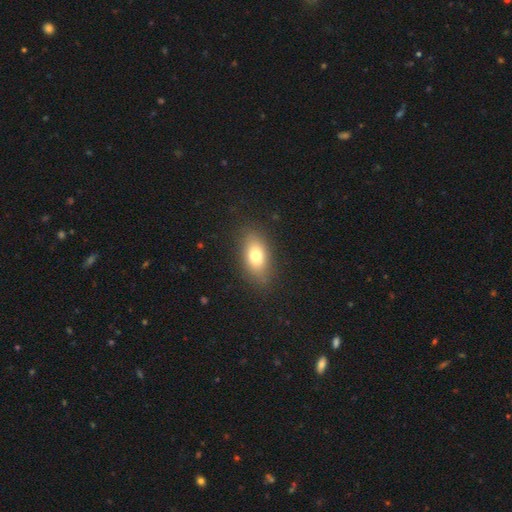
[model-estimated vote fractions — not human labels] Smooth or featured? smooth (74%)
How rounded? in between (84%)
Merging? none (84%)